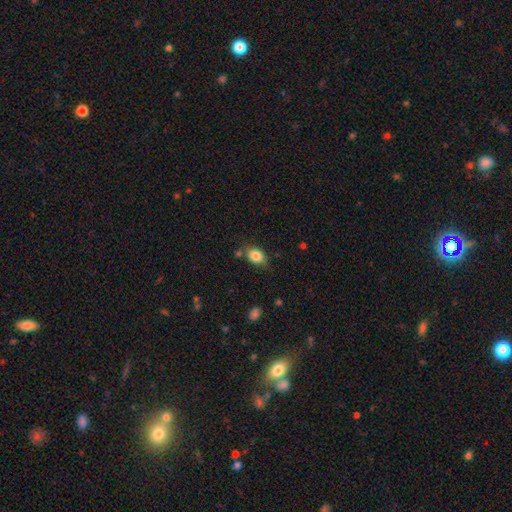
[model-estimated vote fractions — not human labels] smooth_or_featured: smooth (p=0.84) [alt: star or artifact p=0.09]
how_rounded: in between (p=0.68) [alt: round p=0.30]
merging: none (p=0.69) [alt: minor disturbance p=0.20]